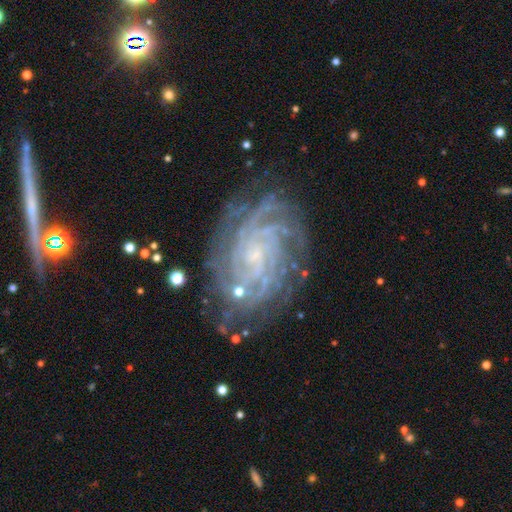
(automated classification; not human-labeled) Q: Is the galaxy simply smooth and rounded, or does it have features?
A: featured or disk — 89%.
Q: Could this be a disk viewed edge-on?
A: no — 97%.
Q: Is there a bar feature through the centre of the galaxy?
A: no — 64%.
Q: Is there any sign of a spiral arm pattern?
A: yes — 98%.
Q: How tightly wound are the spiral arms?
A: tight — 76%.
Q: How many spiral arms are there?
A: more than 4 — 27%.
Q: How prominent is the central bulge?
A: small — 76%.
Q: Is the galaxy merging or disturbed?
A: none — 76%.